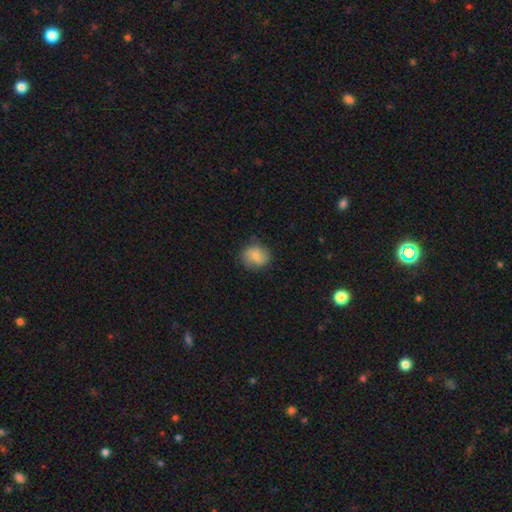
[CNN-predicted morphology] The model was most divided on "how rounded": round: 70%, in between: 29%, cigar-shaped: 1%. More confident: merging — none (79%); smooth or featured — smooth (75%).